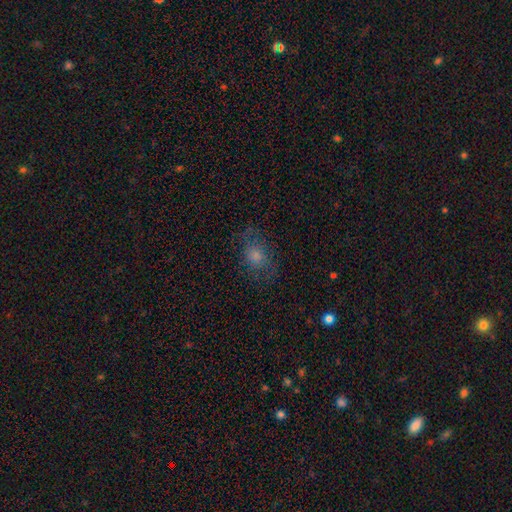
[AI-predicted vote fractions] This is possibly a smooth galaxy (55%). How rounded: possibly in between (58%). Merging: likely none (72%).